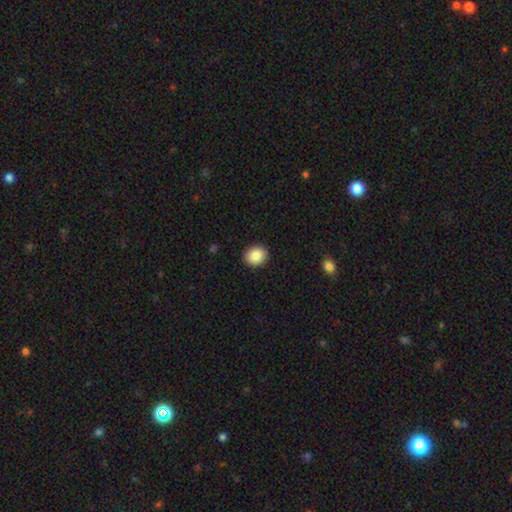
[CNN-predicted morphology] Smooth or featured? Predicted: smooth (p=0.87). How rounded? Predicted: round (p=0.72). Merging? Predicted: none (p=0.92).